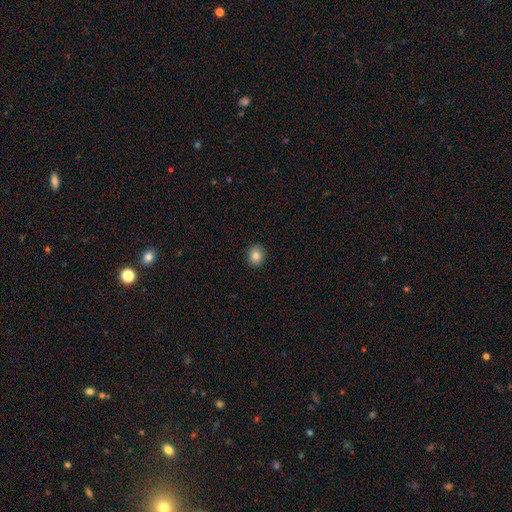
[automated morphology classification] Smooth or featured: smooth — 84% (star or artifact — 10%)
How rounded: round — 76% (in between — 23%)
Merging: none — 91% (minor disturbance — 6%)